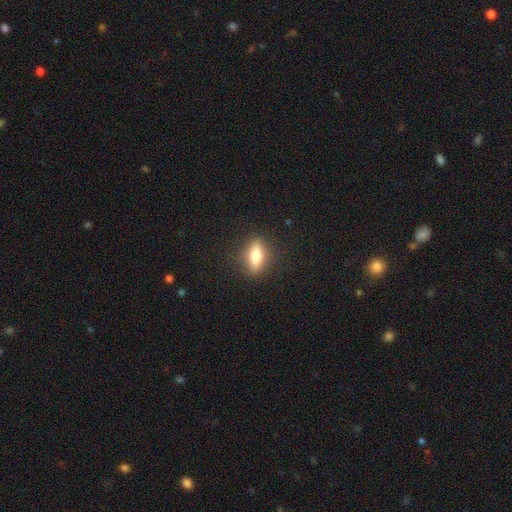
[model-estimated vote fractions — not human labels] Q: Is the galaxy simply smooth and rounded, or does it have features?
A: smooth — 61%.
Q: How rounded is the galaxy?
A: in between — 59%.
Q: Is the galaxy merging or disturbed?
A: none — 86%.